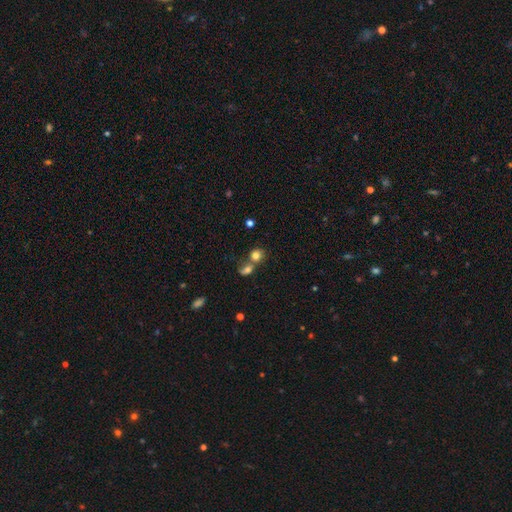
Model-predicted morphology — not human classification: smooth-or-featured: smooth: 78% | star or artifact: 12% | featured or disk: 10%
  how-rounded: round: 79% | in between: 20% | cigar-shaped: 1%
  merging: merger: 49% | none: 40% | minor disturbance: 8% | major disturbance: 4%